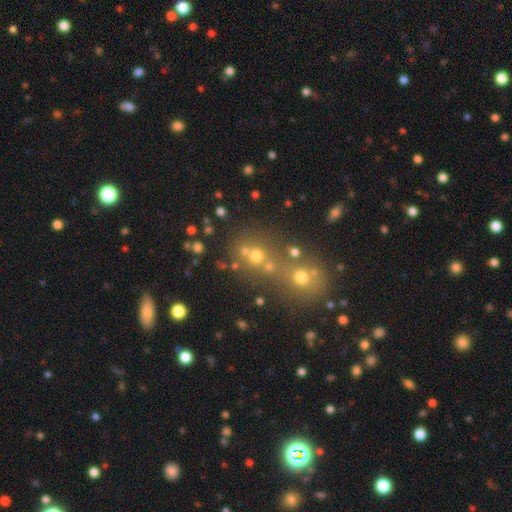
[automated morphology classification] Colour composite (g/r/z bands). It shows a smooth galaxy with no disk features (56%) that is round (82%). Merging: none (49%).